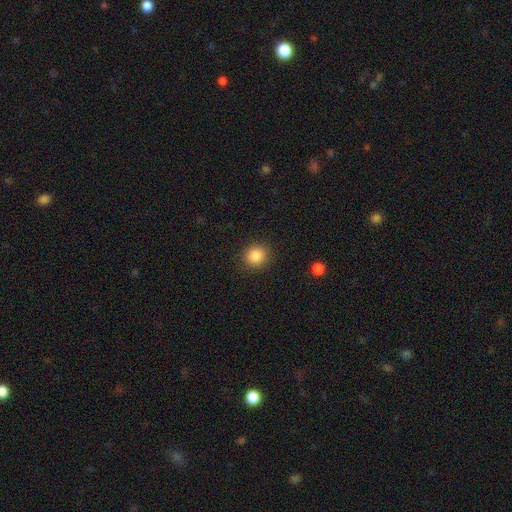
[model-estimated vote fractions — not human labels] A smooth galaxy with no disk features (85%) that is round (84%). Merging: none (89%).